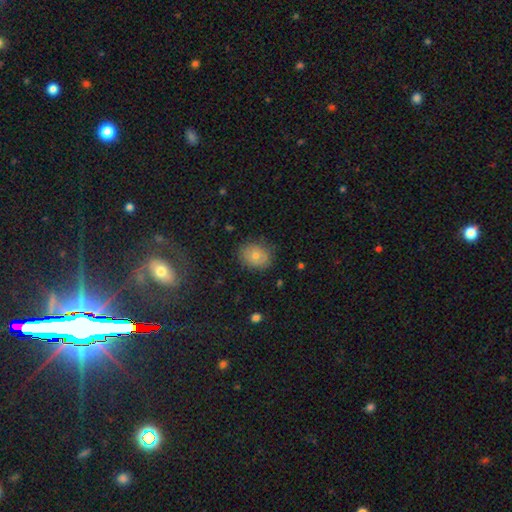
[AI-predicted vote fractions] Smooth or featured?
  - smooth: 65% *
  - featured or disk: 21%
  - star or artifact: 15%
How rounded?
  - in between: 54% *
  - round: 45%
  - cigar-shaped: 1%
Merging?
  - none: 82% *
  - minor disturbance: 12%
  - major disturbance: 4%
  - merger: 1%